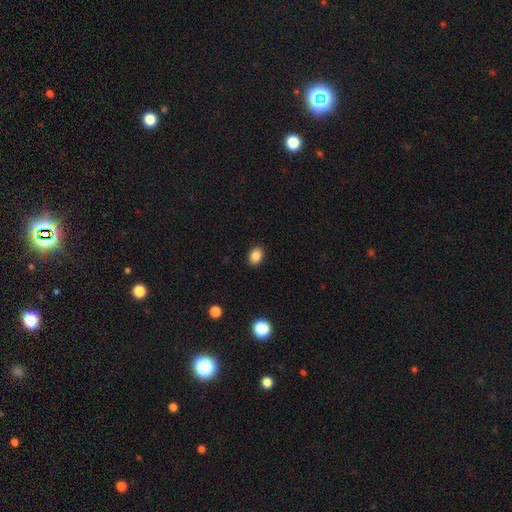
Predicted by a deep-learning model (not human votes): Morphology: type=smooth (86%); roundness=in between (71%); merging=none (89%).